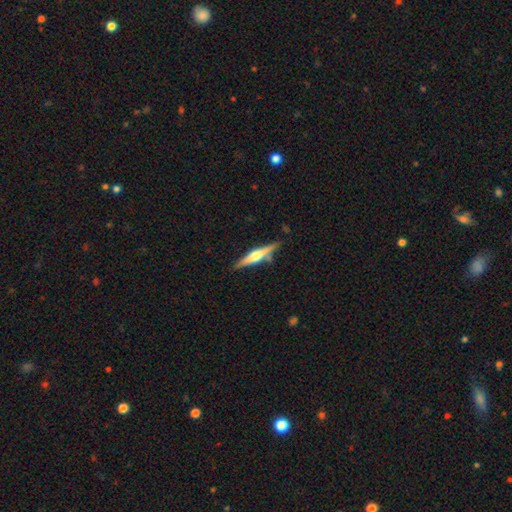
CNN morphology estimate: featured or disk 68%, smooth 26%, star or artifact 5%. Down the decision tree: edge-on disk — yes (97%); edge-on bulge — rounded (90%); merging — none (81%).